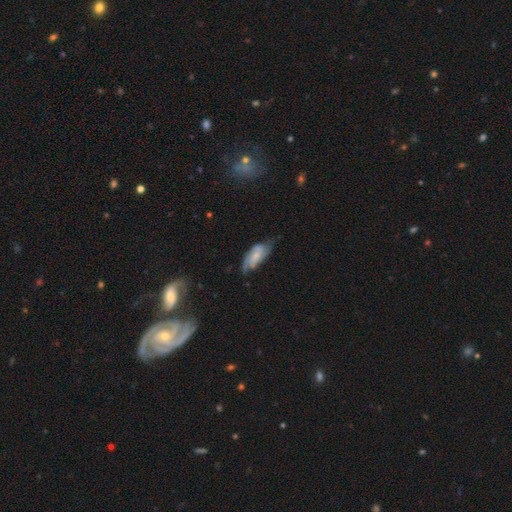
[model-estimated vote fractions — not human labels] smooth-or-featured: featured or disk: 55% | smooth: 38% | star or artifact: 7%
  disk-edge-on: no: 89% | yes: 11%
  merging: none: 54% | minor disturbance: 32% | major disturbance: 12% | merger: 2%